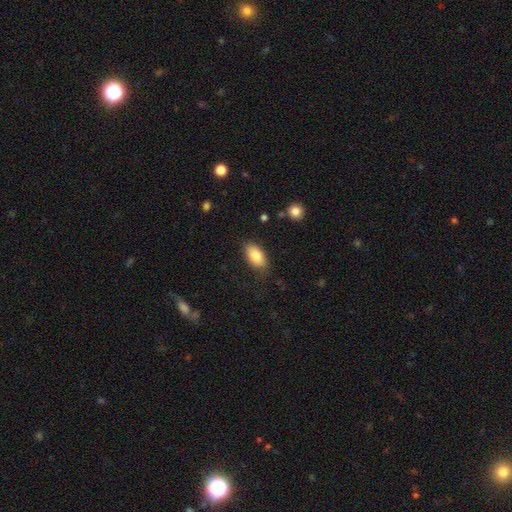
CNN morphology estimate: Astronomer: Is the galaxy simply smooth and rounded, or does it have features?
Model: smooth — 84%.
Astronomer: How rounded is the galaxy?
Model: in between — 93%.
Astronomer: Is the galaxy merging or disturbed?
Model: none — 79%.